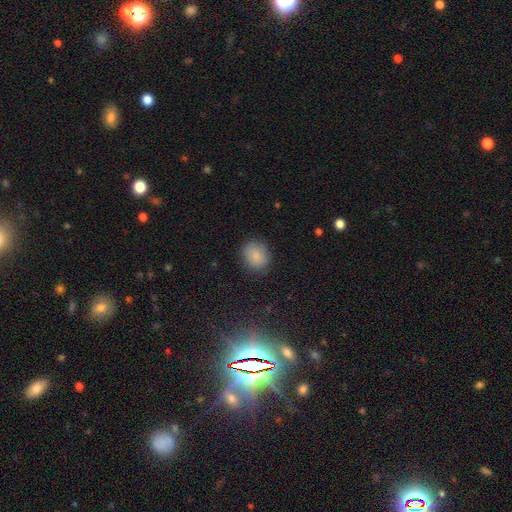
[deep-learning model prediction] smooth-or-featured: smooth: 85% | star or artifact: 9% | featured or disk: 6%
  how-rounded: round: 60% | in between: 39% | cigar-shaped: 1%
  merging: none: 82% | minor disturbance: 13% | major disturbance: 4% | merger: 1%